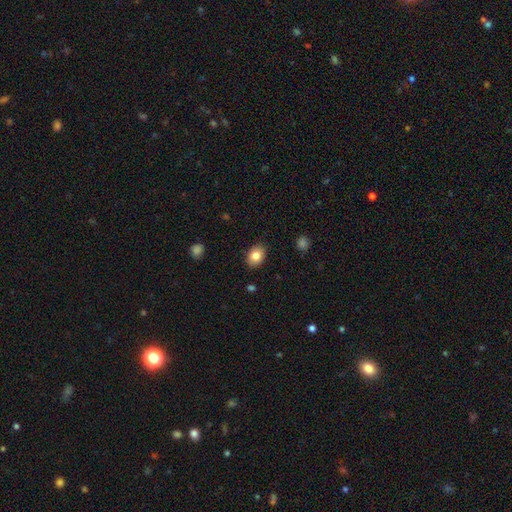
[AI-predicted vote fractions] A smooth galaxy with no disk features (82%) that is in between round and cigar-shaped (72%). Merging: none (88%).